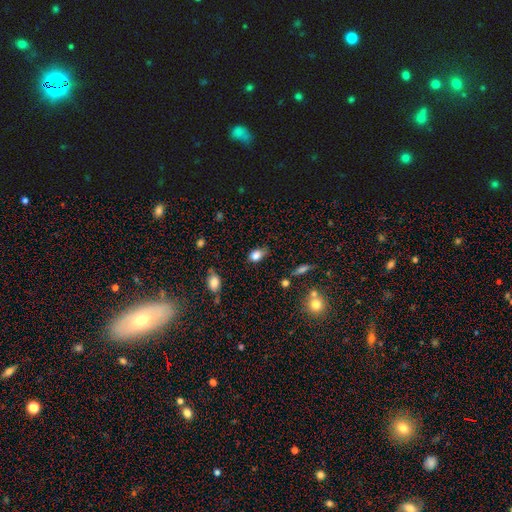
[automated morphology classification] smooth_or_featured: smooth (p=0.82) [alt: star or artifact p=0.10]
how_rounded: in between (p=0.79) [alt: round p=0.18]
merging: none (p=0.58) [alt: minor disturbance p=0.31]